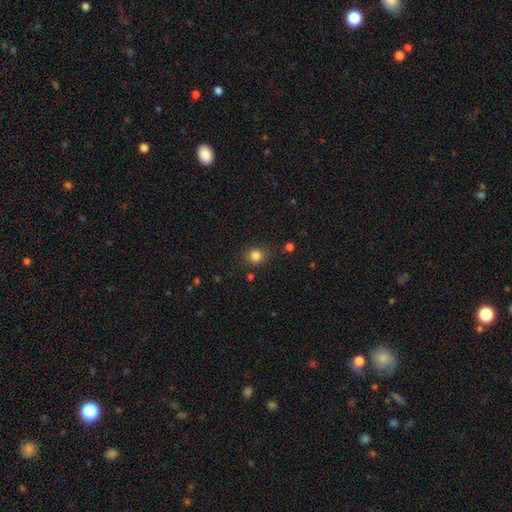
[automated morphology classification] This is clearly a smooth galaxy (83%). How rounded: clearly round (83%). Merging: clearly none (84%).